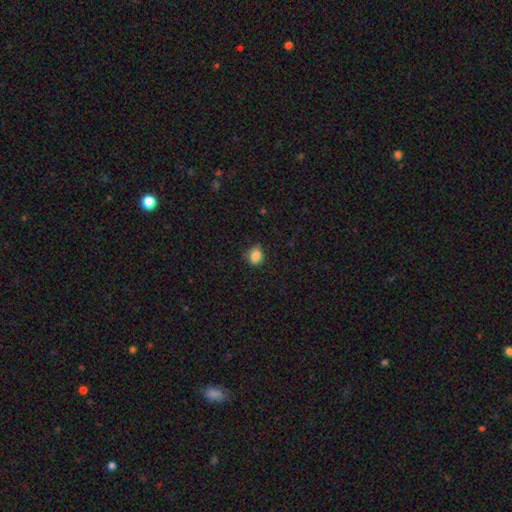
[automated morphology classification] A smooth galaxy with no disk features (86%) that is round (61%).

Vote fractions:
- Smooth or featured? smooth: 86% / star or artifact: 10% / featured or disk: 4%
- How rounded? round: 61% / in between: 38% / cigar-shaped: 1%
- Merging? none: 73% / minor disturbance: 22% / major disturbance: 4% / merger: 1%